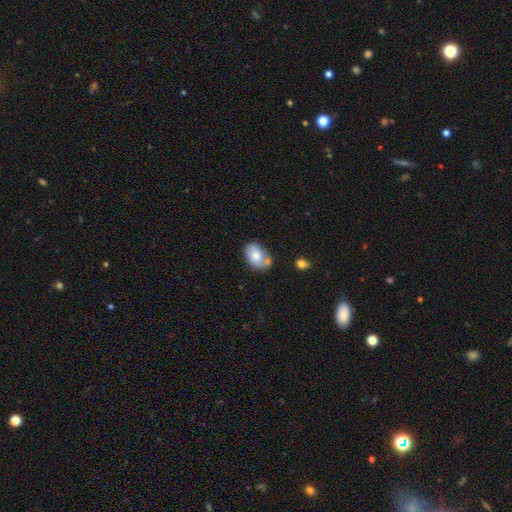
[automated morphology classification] smooth_or_featured: smooth (p=0.74) [alt: featured or disk p=0.19]
how_rounded: in between (p=0.87) [alt: round p=0.11]
merging: none (p=0.55) [alt: minor disturbance p=0.22]